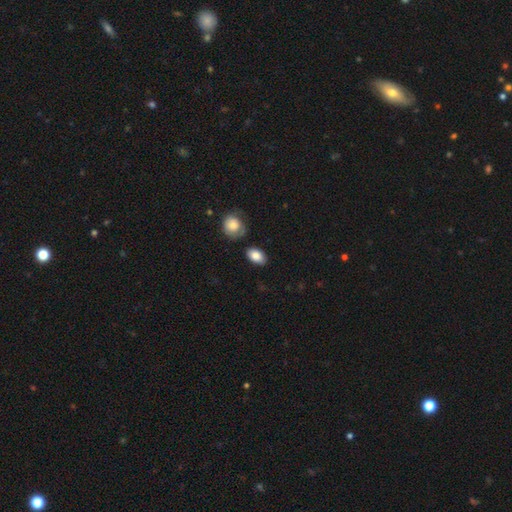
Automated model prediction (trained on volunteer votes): Smooth or featured? Predicted: smooth (p=0.85). How rounded? Predicted: in between (p=0.90). Merging? Predicted: none (p=0.78).